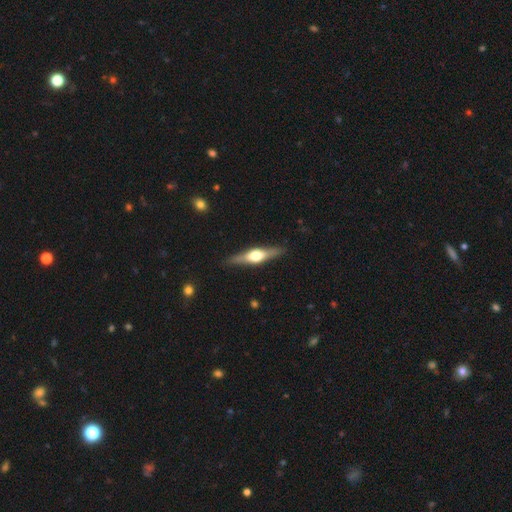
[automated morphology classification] Smooth or featured?
  - featured or disk: 69% *
  - smooth: 26%
  - star or artifact: 5%
Edge-on disk?
  - yes: 96% *
  - no: 4%
Edge-on bulge?
  - rounded: 92% *
  - boxy: 6%
  - none: 2%
Merging?
  - none: 88% *
  - minor disturbance: 9%
  - major disturbance: 2%
  - merger: 1%